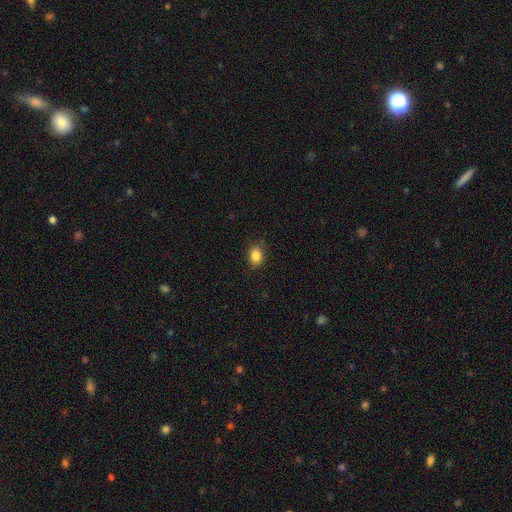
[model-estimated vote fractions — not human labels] A smooth galaxy with no disk features (86%) that is in between round and cigar-shaped (58%). Merging: none (83%).